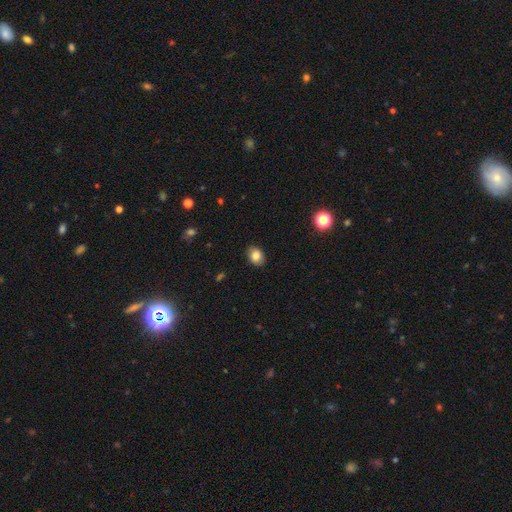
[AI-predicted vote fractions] Morphology: type=smooth (83%); roundness=in between (71%); merging=none (88%).